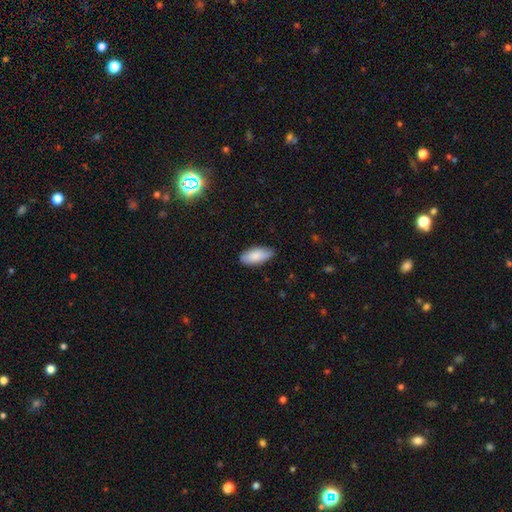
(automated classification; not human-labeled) smooth_or_featured: smooth (p=0.86) [alt: featured or disk p=0.08]
how_rounded: in between (p=0.89) [alt: cigar-shaped p=0.09]
merging: none (p=0.81) [alt: minor disturbance p=0.16]